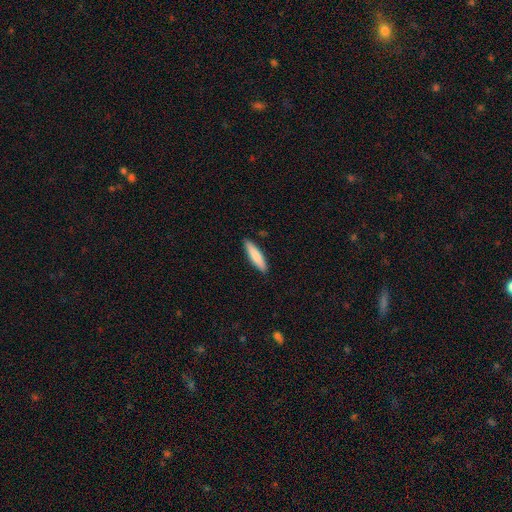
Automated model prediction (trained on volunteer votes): Q: Smooth or featured?
A: smooth (82%); runner-up: featured or disk (13%)
Q: How rounded?
A: cigar-shaped (80%); runner-up: in between (18%)
Q: Merging?
A: none (90%); runner-up: minor disturbance (7%)